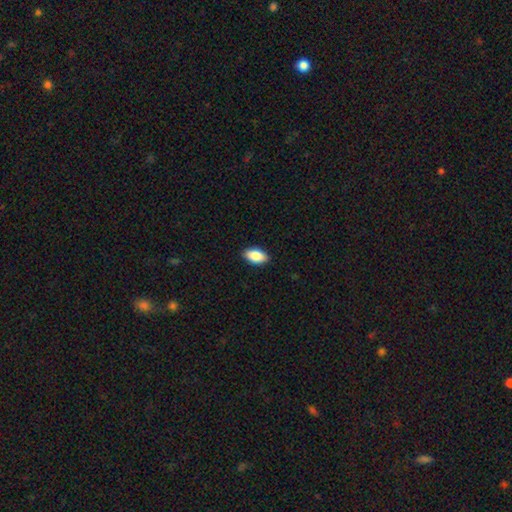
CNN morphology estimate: type=smooth (87%); roundness=in between (93%); merging=none (89%).